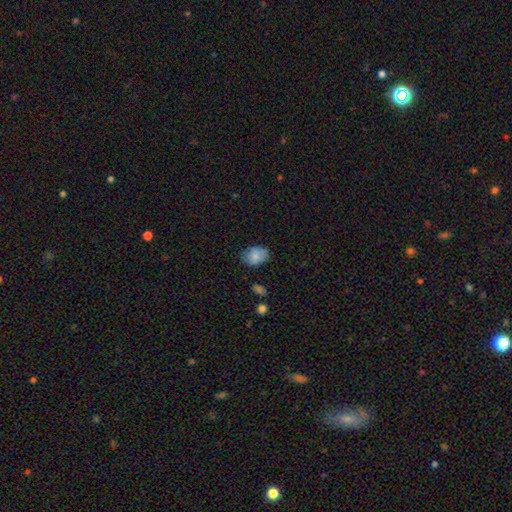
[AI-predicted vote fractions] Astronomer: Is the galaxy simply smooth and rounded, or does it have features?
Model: smooth — 84%.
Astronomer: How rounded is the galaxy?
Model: in between — 76%.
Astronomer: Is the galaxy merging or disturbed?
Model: none — 74%.